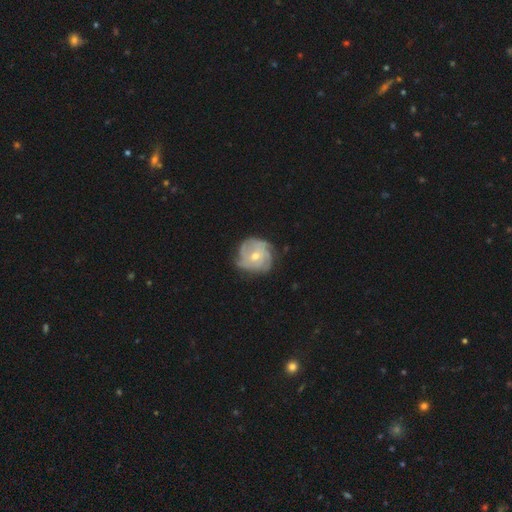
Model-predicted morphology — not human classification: A featured or disk galaxy (83%) with no bar (69%), 3 (29%) tight (66%) spiral arms (95%) and a moderate central bulge (56%). Merging: none (72%).